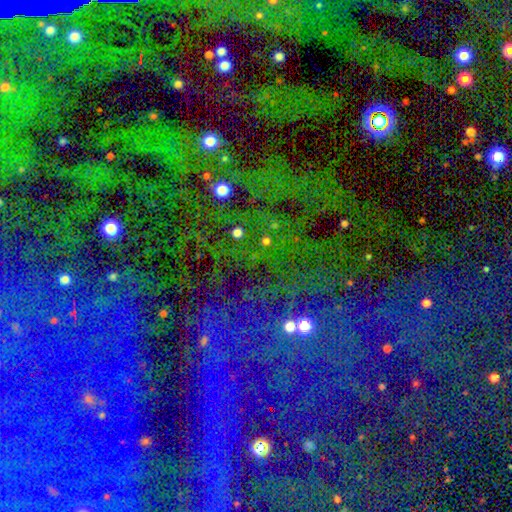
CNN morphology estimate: This is clearly a star or artifact rather than a galaxy (83%).